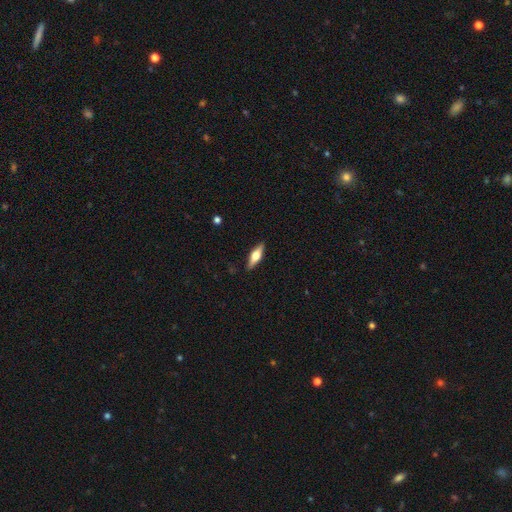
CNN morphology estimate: featured or disk 51%, smooth 43%, star or artifact 6%. Down the decision tree: edge-on disk — yes (93%); merging — none (89%).